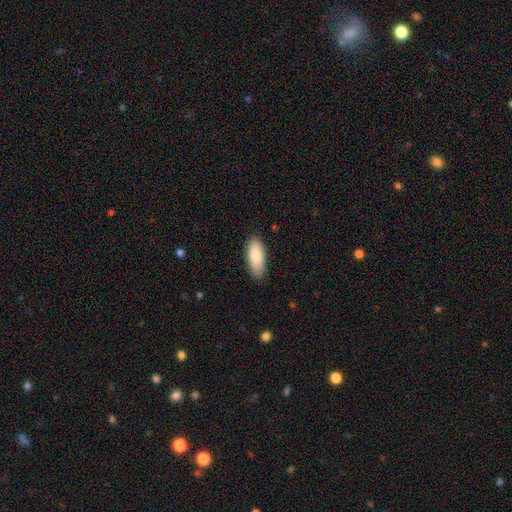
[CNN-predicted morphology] The model was most divided on "how rounded": in between: 83%, cigar-shaped: 15%, round: 2%. More confident: smooth or featured — smooth (86%); merging — none (85%).